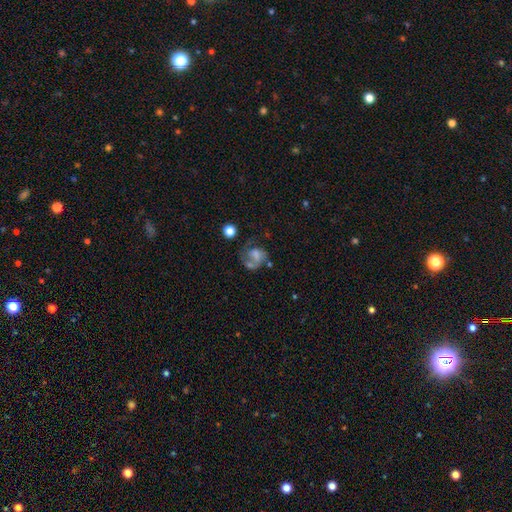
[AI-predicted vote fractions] featured or disk 52%, smooth 37%, star or artifact 12%. Down the decision tree: edge-on disk — no (98%); bar — no (68%); spiral arms — yes (64%); bulge size — none (41%); merging — major disturbance (34%).